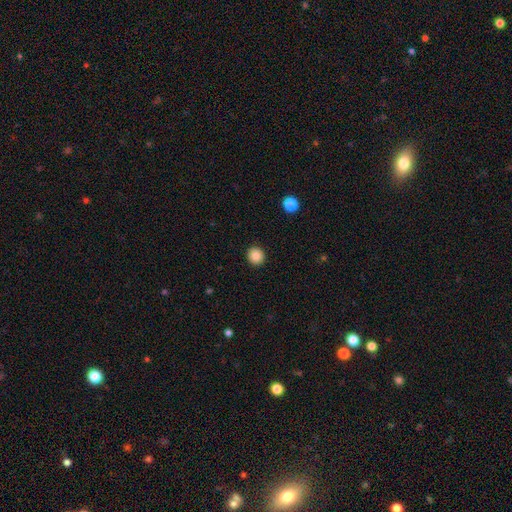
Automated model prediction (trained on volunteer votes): Smooth or featured? Predicted: smooth (p=0.87). How rounded? Predicted: round (p=0.91). Merging? Predicted: none (p=0.93).